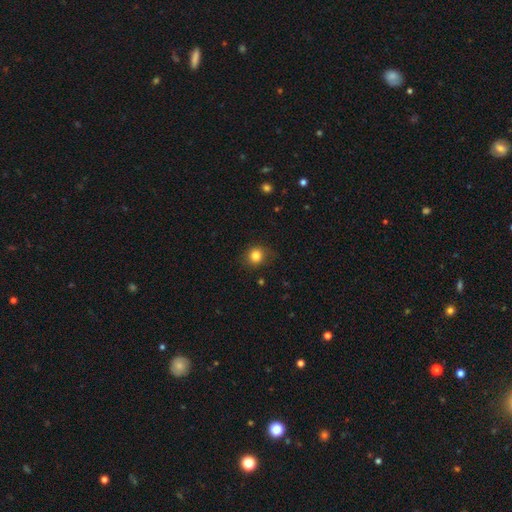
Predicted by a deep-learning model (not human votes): A smooth galaxy with no disk features (83%) that is round (84%).

Vote fractions:
- Smooth or featured? smooth: 83% / star or artifact: 11% / featured or disk: 5%
- How rounded? round: 84% / in between: 16% / cigar-shaped: 1%
- Merging? none: 83% / minor disturbance: 13% / major disturbance: 4% / merger: 1%